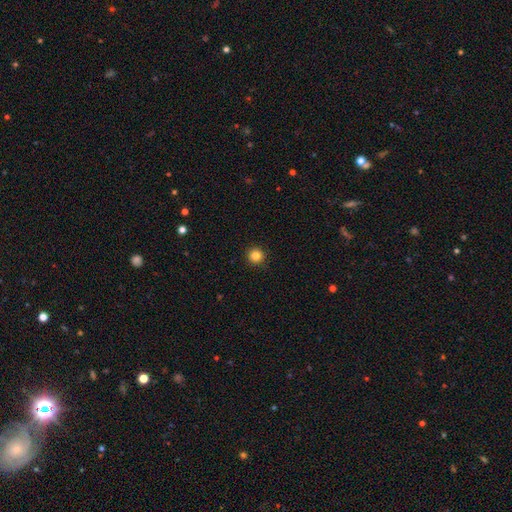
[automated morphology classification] smooth_or_featured: smooth (p=0.85) [alt: star or artifact p=0.12]
how_rounded: round (p=0.95) [alt: in between p=0.04]
merging: none (p=0.92) [alt: minor disturbance p=0.05]